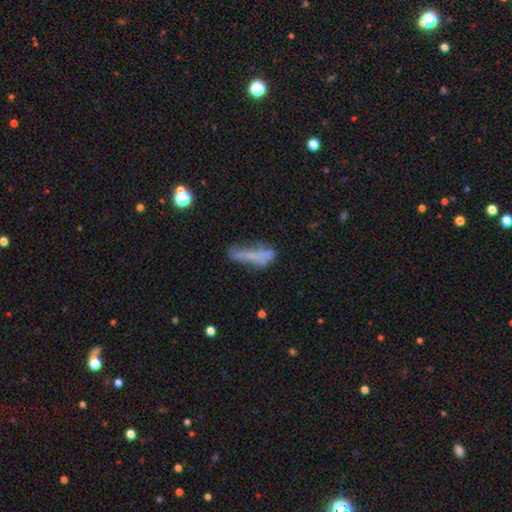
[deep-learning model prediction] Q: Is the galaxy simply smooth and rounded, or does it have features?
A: smooth — 53%.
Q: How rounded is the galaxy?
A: cigar-shaped — 68%.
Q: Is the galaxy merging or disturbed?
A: none — 40%.